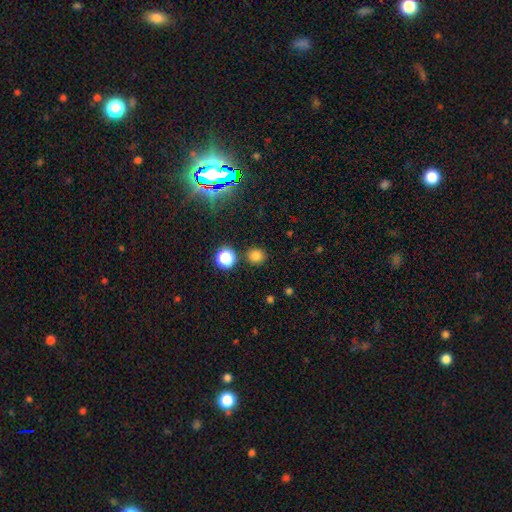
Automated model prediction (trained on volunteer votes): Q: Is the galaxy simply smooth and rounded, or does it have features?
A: smooth — 77%.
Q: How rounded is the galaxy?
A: round — 89%.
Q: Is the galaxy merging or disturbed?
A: none — 85%.